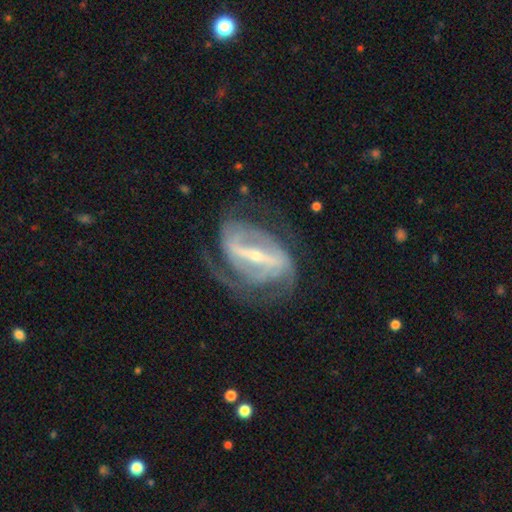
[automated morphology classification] featured or disk 90%, smooth 5%, star or artifact 5%. Down the decision tree: edge-on disk — no (94%); bar — strong (80%); spiral arms — yes (93%); spiral arm count — 2 (63%); spiral winding — medium (44%); bulge size — small (65%); merging — none (61%).